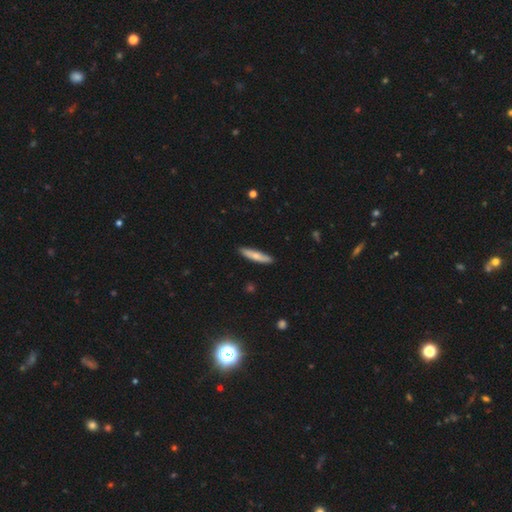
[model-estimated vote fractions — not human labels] The model was most divided on "smooth or featured": smooth: 68%, featured or disk: 26%, star or artifact: 6%. More confident: merging — none (88%); how rounded — cigar-shaped (87%).